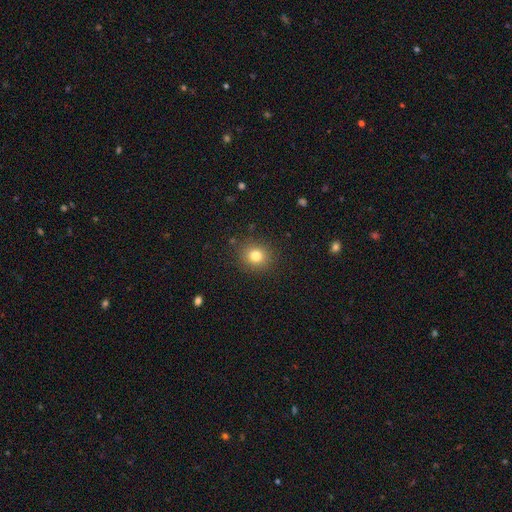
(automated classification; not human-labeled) smooth_or_featured: smooth (p=0.80) [alt: star or artifact p=0.12]
how_rounded: round (p=0.82) [alt: in between p=0.17]
merging: none (p=0.88) [alt: minor disturbance p=0.08]